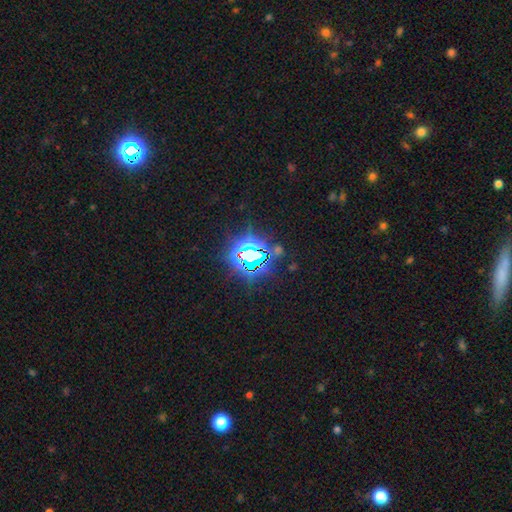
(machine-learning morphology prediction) star or artifact 79%, smooth 12%, featured or disk 9%.